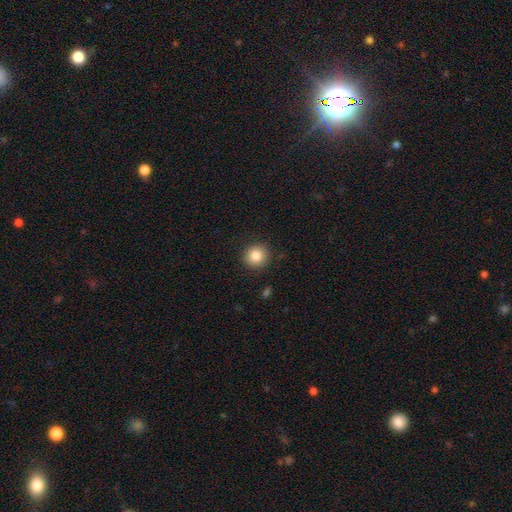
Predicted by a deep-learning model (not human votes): Overall: smooth (84%). How rounded: round (92%). Merging: none (91%).